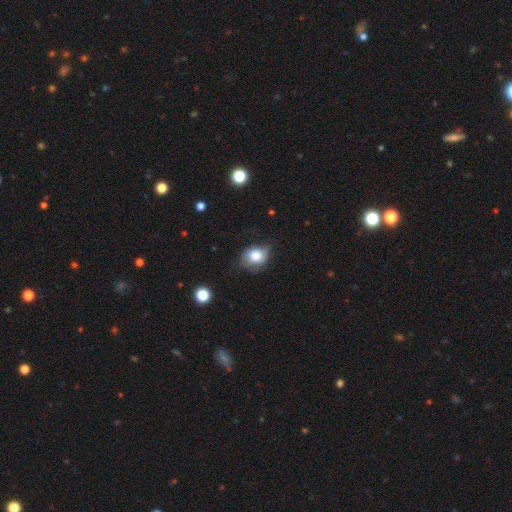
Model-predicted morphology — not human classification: The model was most divided on "how rounded": in between: 53%, round: 46%, cigar-shaped: 1%. More confident: smooth or featured — smooth (76%); merging — none (52%).